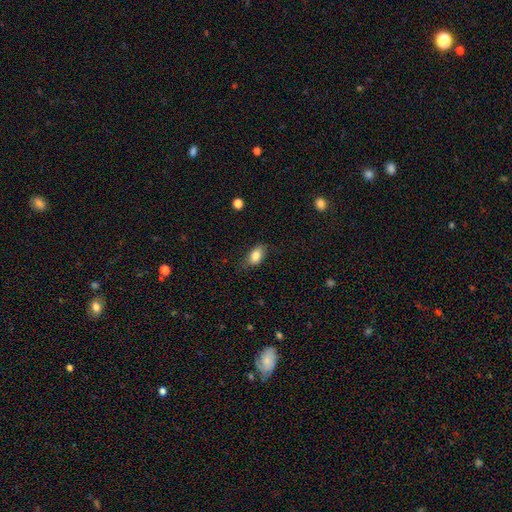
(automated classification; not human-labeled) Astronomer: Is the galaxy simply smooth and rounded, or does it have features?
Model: smooth — 82%.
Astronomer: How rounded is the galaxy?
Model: in between — 87%.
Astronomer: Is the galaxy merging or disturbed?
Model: none — 74%.